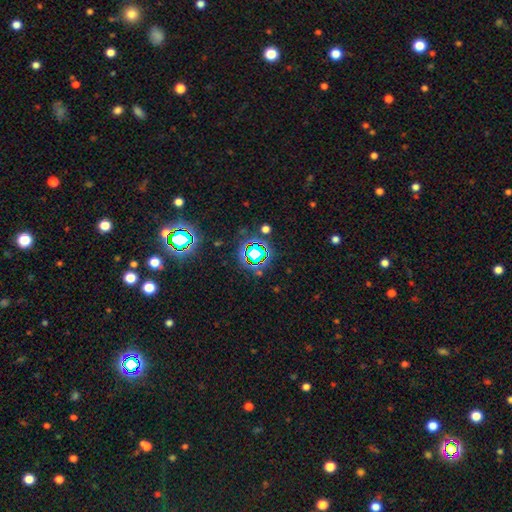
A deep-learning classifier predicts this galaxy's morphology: smooth_or_featured: star or artifact (p=0.67) [alt: smooth p=0.21]